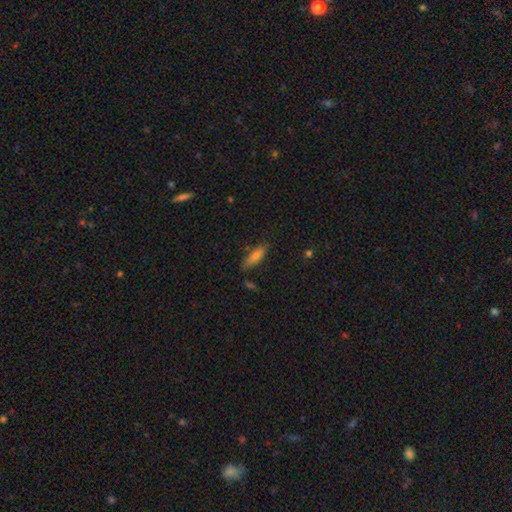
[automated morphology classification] Overall: smooth (70%). How rounded: cigar-shaped (52%; in between 46%). Merging: none (79%).